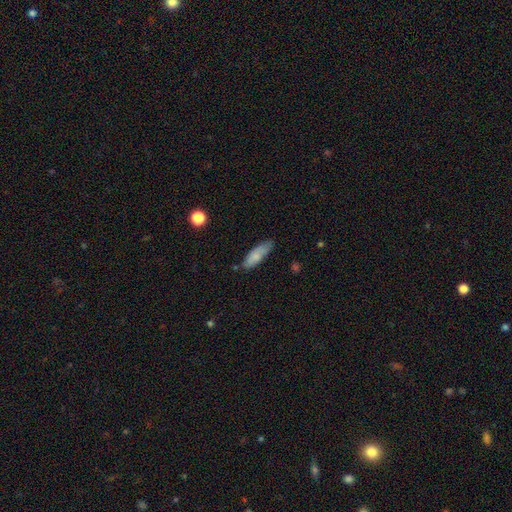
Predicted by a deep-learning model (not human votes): Smooth or featured?
  - smooth: 79% *
  - featured or disk: 15%
  - star or artifact: 7%
How rounded?
  - in between: 56% *
  - cigar-shaped: 42%
  - round: 2%
Merging?
  - none: 69% *
  - minor disturbance: 24%
  - major disturbance: 4%
  - merger: 3%